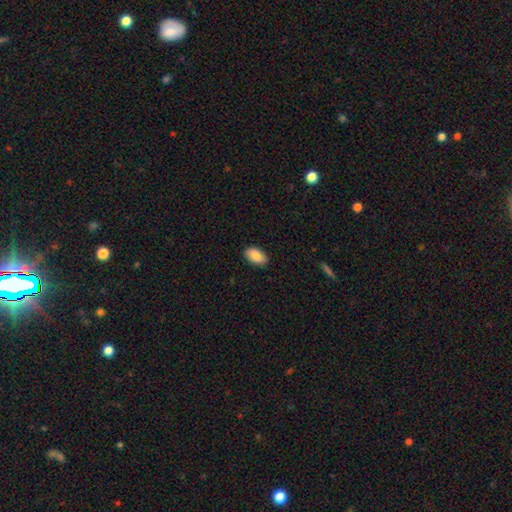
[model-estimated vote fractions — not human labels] smooth-or-featured: smooth: 88% | featured or disk: 6% | star or artifact: 6%
  how-rounded: in between: 94% | round: 4% | cigar-shaped: 2%
  merging: none: 87% | minor disturbance: 10% | major disturbance: 2% | merger: 1%